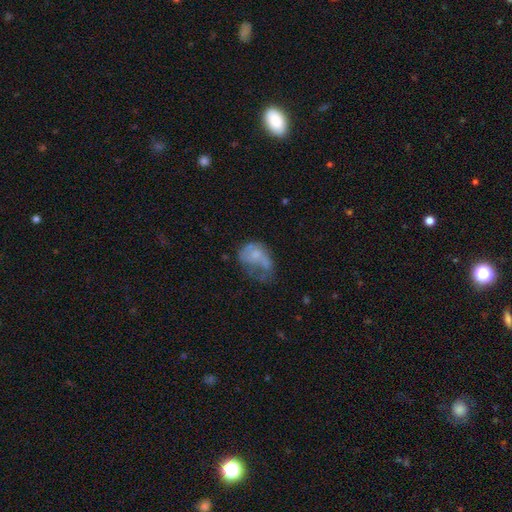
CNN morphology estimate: Smooth or featured? Predicted: smooth (p=0.46). Merging? Predicted: major disturbance (p=0.45).